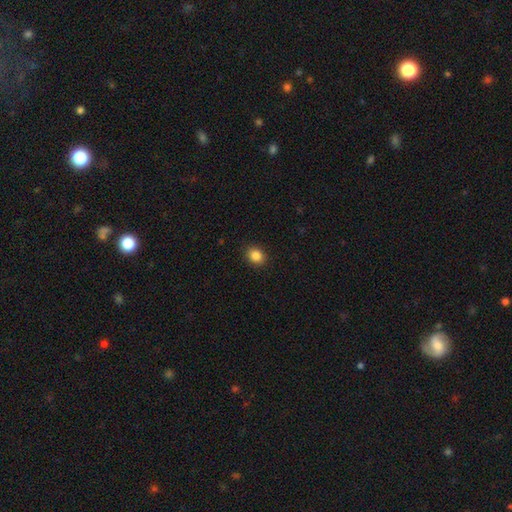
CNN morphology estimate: A smooth galaxy with no disk features (85%) that is round (59%).

Vote fractions:
- Smooth or featured? smooth: 85% / star or artifact: 10% / featured or disk: 5%
- How rounded? round: 59% / in between: 40% / cigar-shaped: 1%
- Merging? none: 91% / minor disturbance: 6% / major disturbance: 2% / merger: 1%